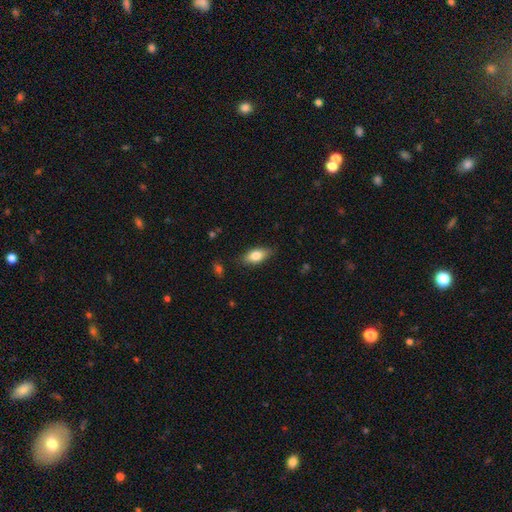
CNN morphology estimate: smooth_or_featured: smooth (p=0.78) [alt: featured or disk p=0.15]
how_rounded: in between (p=0.84) [alt: cigar-shaped p=0.12]
merging: none (p=0.82) [alt: minor disturbance p=0.14]